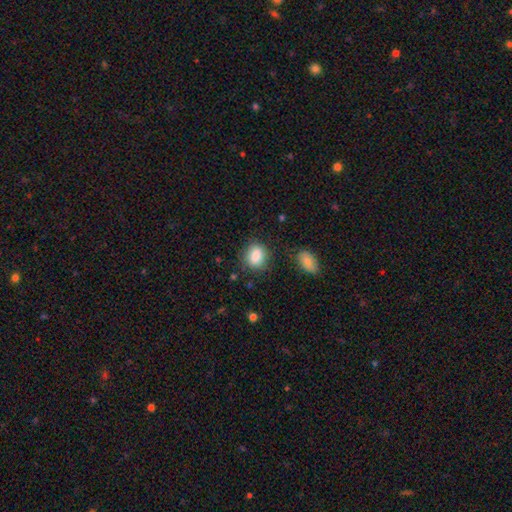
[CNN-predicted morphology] smooth-or-featured: smooth: 85% | star or artifact: 8% | featured or disk: 6%
  how-rounded: in between: 56% | round: 43% | cigar-shaped: 2%
  merging: none: 79% | minor disturbance: 14% | major disturbance: 4% | merger: 3%